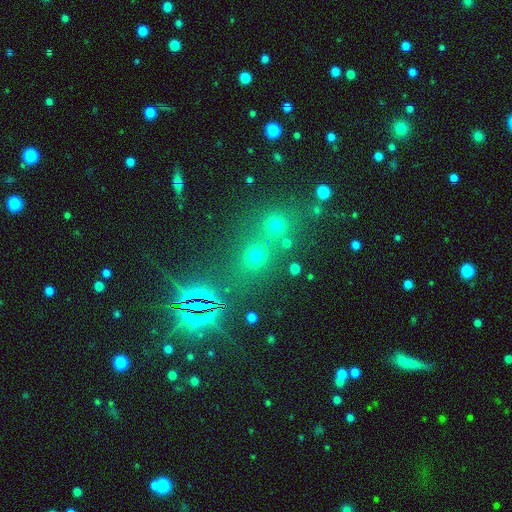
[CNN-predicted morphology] Smooth or featured? star or artifact (63%)